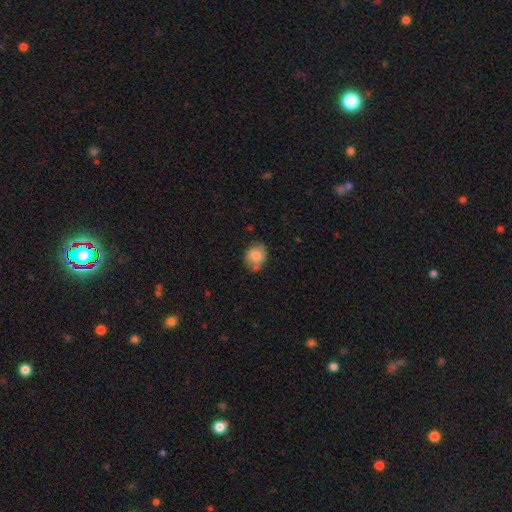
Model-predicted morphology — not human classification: This appears to be a smooth galaxy with no disk features (81%) that is round (64%). Merging: none (66%).